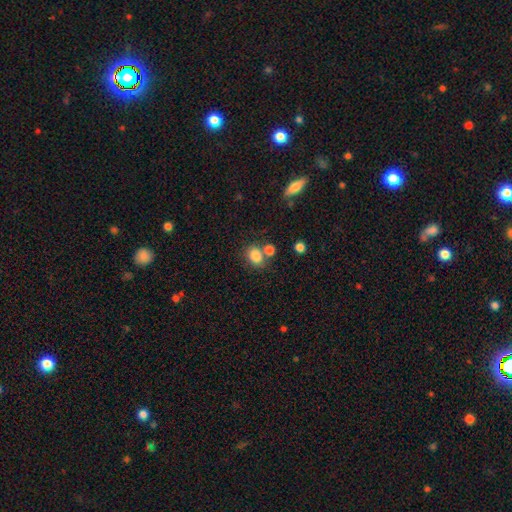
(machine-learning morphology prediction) type=smooth (83%); roundness=in between (50%); merging=none (59%).